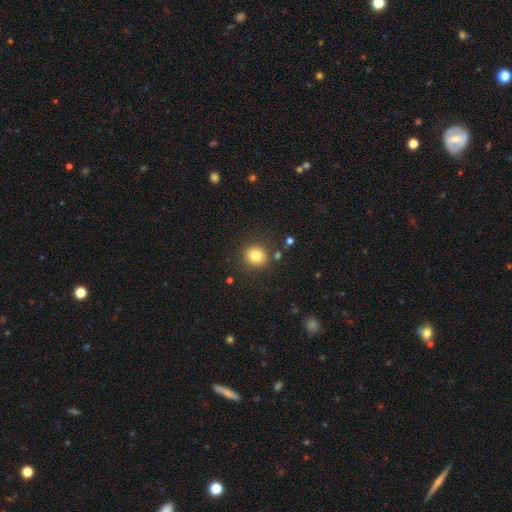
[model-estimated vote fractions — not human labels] Morphology: type=smooth (82%); roundness=round (86%); merging=none (86%).